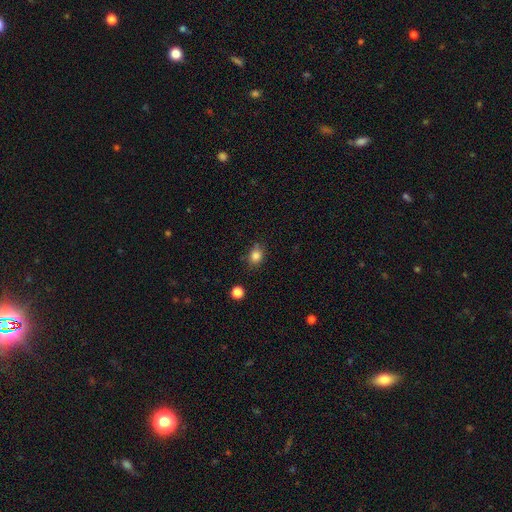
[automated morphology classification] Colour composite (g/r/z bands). It shows a smooth galaxy with no disk features (84%) that is round (50%). Merging: none (77%).